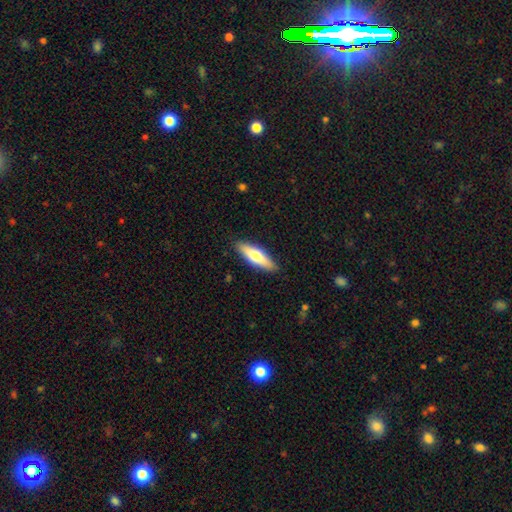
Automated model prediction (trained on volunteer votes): Smooth or featured: smooth — 64% (featured or disk — 31%)
How rounded: cigar-shaped — 54% (in between — 44%)
Merging: none — 88% (minor disturbance — 9%)